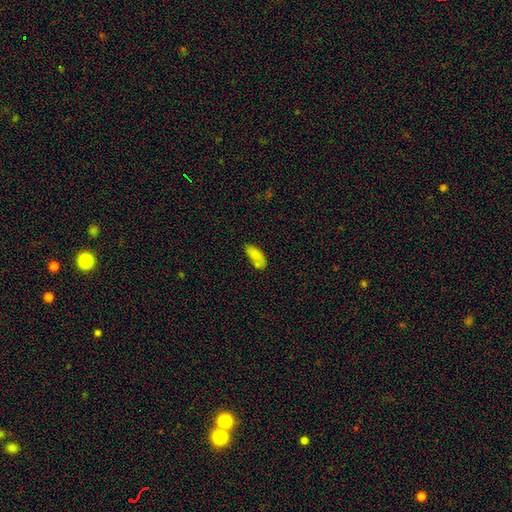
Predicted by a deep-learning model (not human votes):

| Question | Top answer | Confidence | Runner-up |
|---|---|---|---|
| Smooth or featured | smooth | 80% | featured or disk (11%) |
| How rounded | in between | 83% | cigar-shaped (14%) |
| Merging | none | 51% | minor disturbance (21%) |